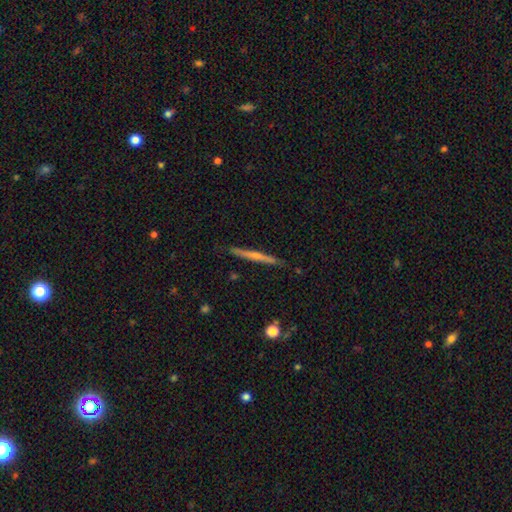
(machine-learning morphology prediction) Smooth or featured?
  - featured or disk: 60% *
  - smooth: 29%
  - star or artifact: 11%
Edge-on disk?
  - yes: 96% *
  - no: 4%
Edge-on bulge?
  - rounded: 53% *
  - none: 38%
  - boxy: 9%
Merging?
  - none: 89% *
  - minor disturbance: 8%
  - major disturbance: 2%
  - merger: 2%